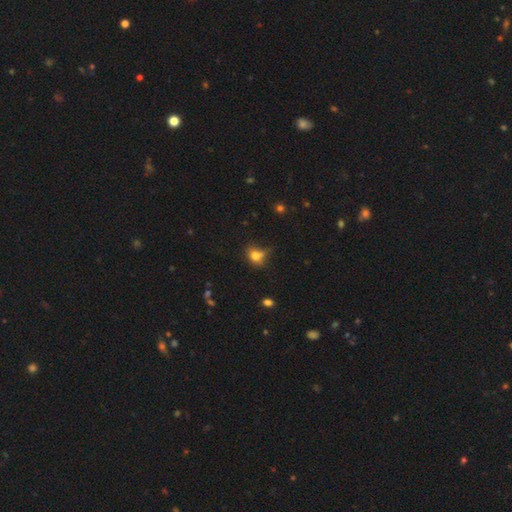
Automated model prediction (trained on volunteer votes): Morphology: type=smooth (75%); roundness=round (52%); merging=none (49%).